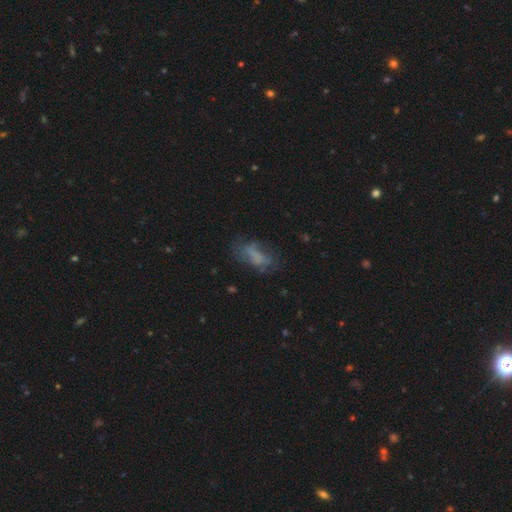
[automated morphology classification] A smooth galaxy with no disk features (54%) that is in between round and cigar-shaped (74%). Merging: none (49%).